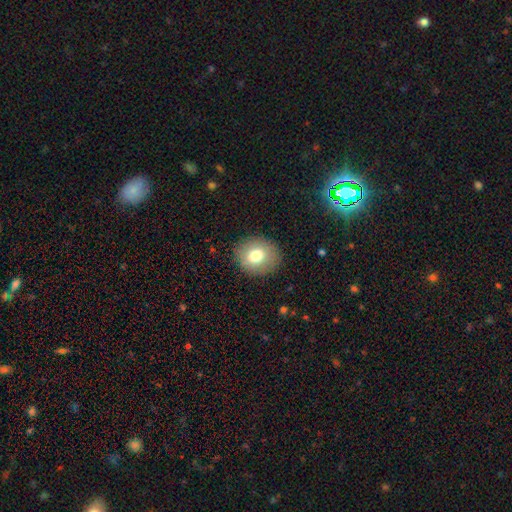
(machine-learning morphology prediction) Overall: smooth (75%). How rounded: round (71%). Merging: none (88%).